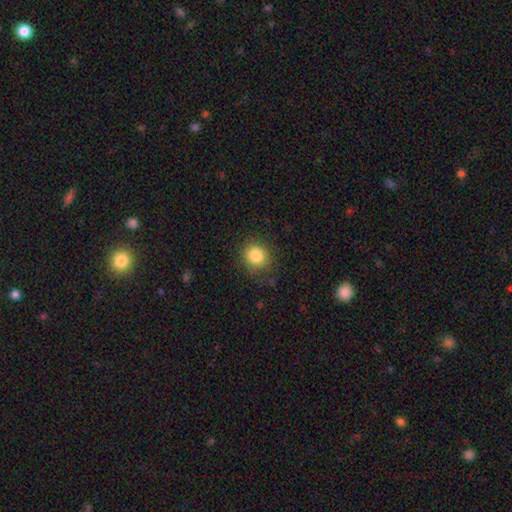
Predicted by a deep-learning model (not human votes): A smooth galaxy with no disk features (84%) that is round (78%).

Vote fractions:
- Smooth or featured? smooth: 84% / star or artifact: 10% / featured or disk: 5%
- How rounded? round: 78% / in between: 21% / cigar-shaped: 1%
- Merging? none: 81% / minor disturbance: 13% / major disturbance: 4% / merger: 1%